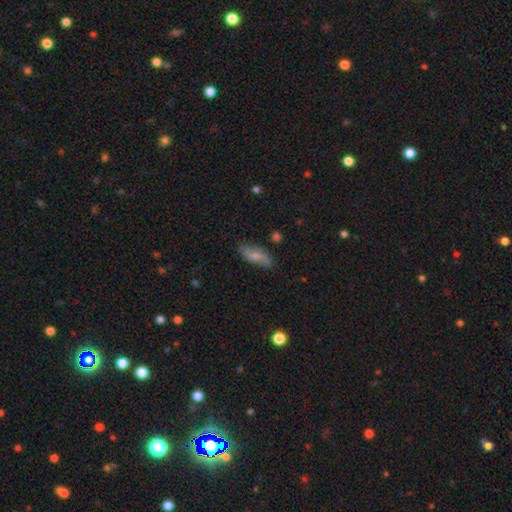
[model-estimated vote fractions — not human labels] smooth_or_featured: smooth (p=0.57) [alt: featured or disk p=0.36]
how_rounded: in between (p=0.75) [alt: cigar-shaped p=0.21]
merging: none (p=0.77) [alt: minor disturbance p=0.17]